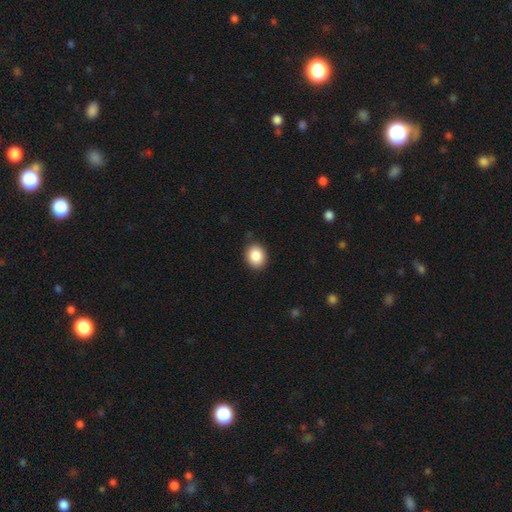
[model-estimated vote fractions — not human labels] Overall: smooth (88%). How rounded: round (55%; in between 44%). Merging: none (87%).